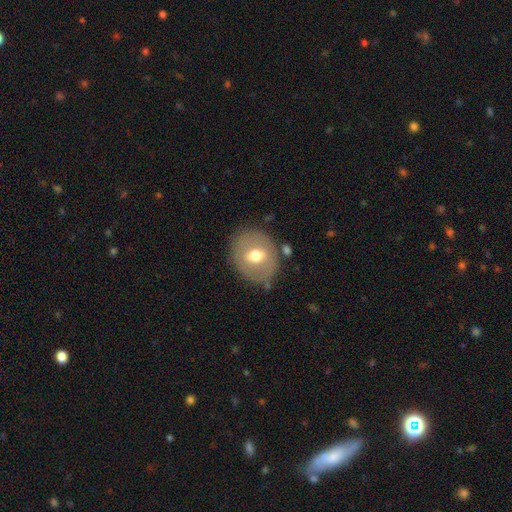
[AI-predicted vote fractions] Overall: smooth (53%; featured or disk 40%). How rounded: round (63%; in between 36%). Merging: none (77%).